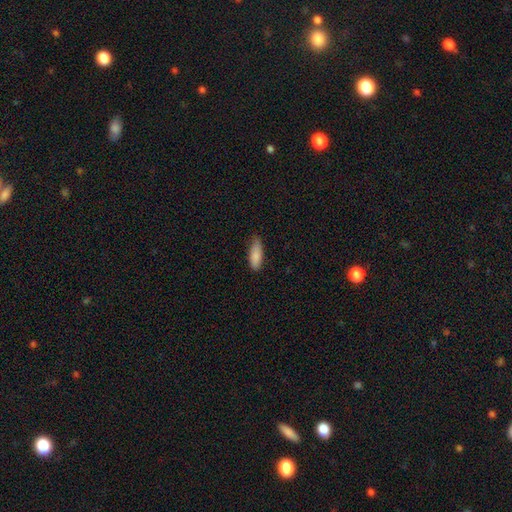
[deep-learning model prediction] Smooth or featured? Predicted: smooth (p=0.87). How rounded? Predicted: in between (p=0.67). Merging? Predicted: none (p=0.71).